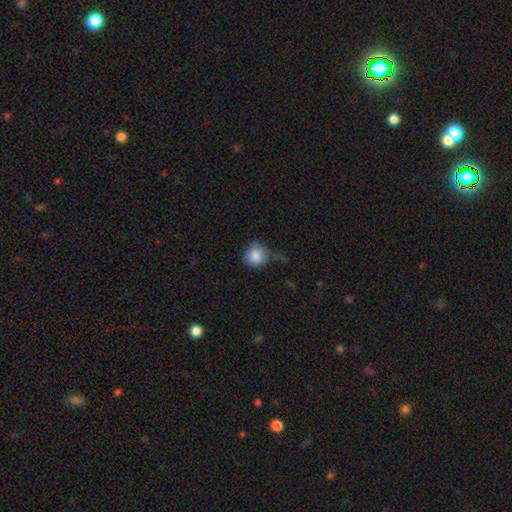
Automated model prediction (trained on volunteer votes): Smooth or featured? smooth (84%)
How rounded? round (84%)
Merging? none (40%)